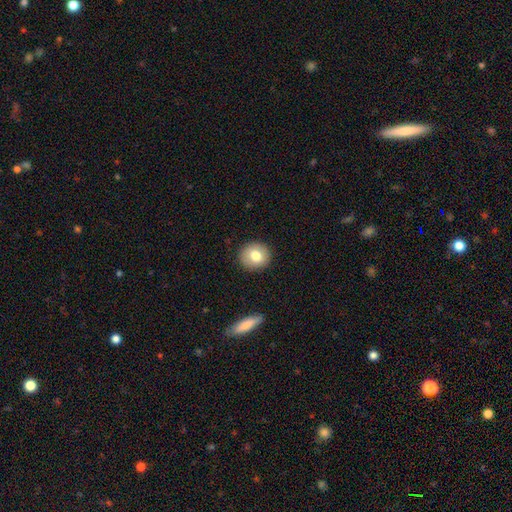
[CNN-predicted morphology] Q: Smooth or featured?
A: smooth (77%); runner-up: featured or disk (15%)
Q: How rounded?
A: round (86%); runner-up: in between (13%)
Q: Merging?
A: none (90%); runner-up: minor disturbance (7%)